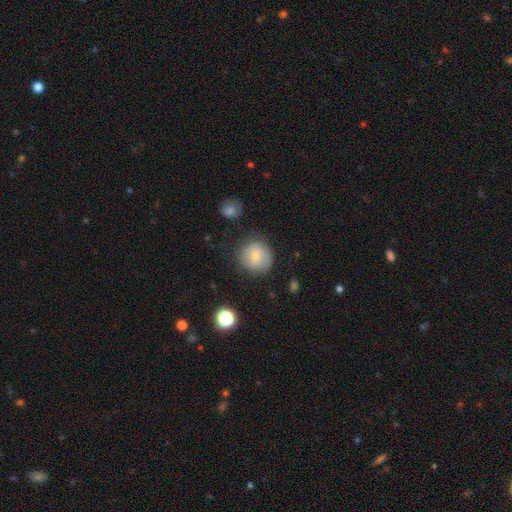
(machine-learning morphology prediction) Q: Smooth or featured?
A: smooth (66%); runner-up: featured or disk (25%)
Q: How rounded?
A: round (90%); runner-up: in between (9%)
Q: Merging?
A: none (73%); runner-up: minor disturbance (18%)